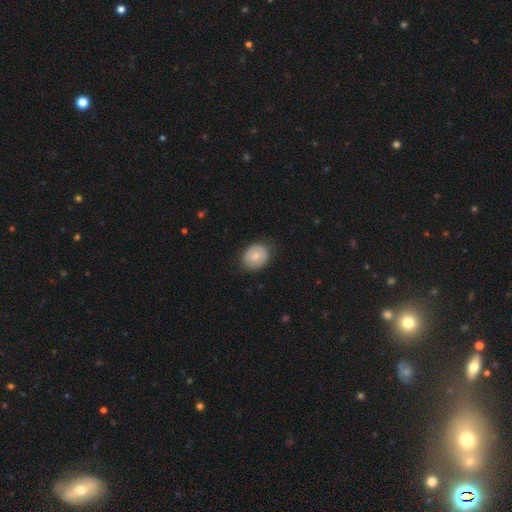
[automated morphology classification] A smooth galaxy with no disk features (74%) that is round (60%).

Vote fractions:
- Smooth or featured? smooth: 74% / featured or disk: 19% / star or artifact: 7%
- How rounded? round: 60% / in between: 39% / cigar-shaped: 1%
- Merging? none: 79% / minor disturbance: 17% / major disturbance: 4% / merger: 1%